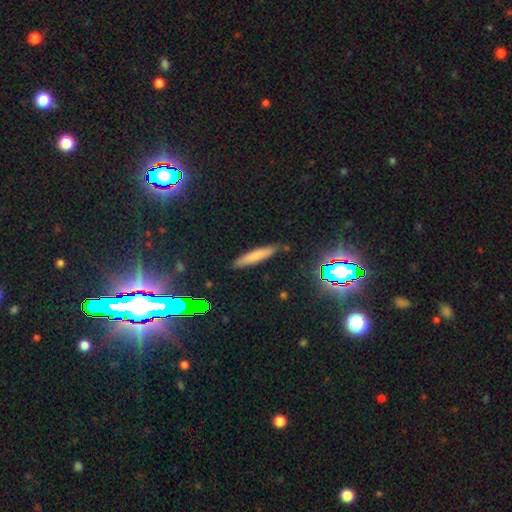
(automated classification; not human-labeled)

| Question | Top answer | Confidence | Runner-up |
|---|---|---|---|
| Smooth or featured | smooth | 70% | featured or disk (18%) |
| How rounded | cigar-shaped | 87% | in between (11%) |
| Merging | none | 84% | minor disturbance (12%) |